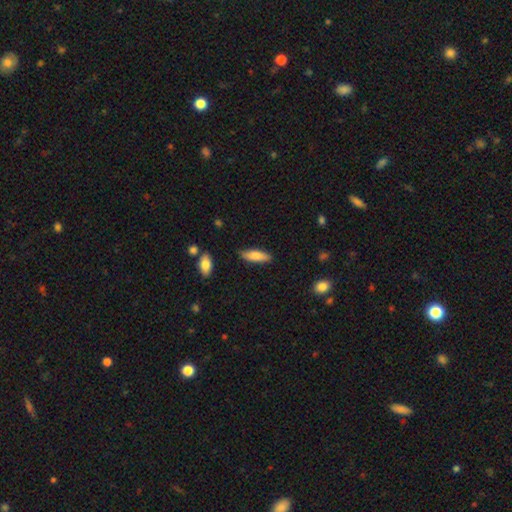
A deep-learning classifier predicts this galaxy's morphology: type=smooth (76%); roundness=cigar-shaped (53%); merging=none (84%).